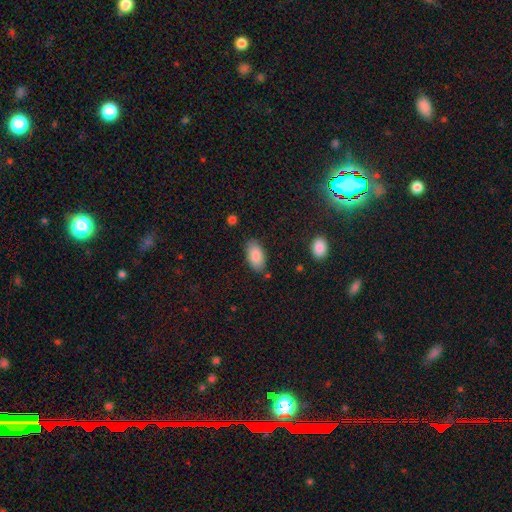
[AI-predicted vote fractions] The model was most divided on "merging": none: 82%, minor disturbance: 13%, major disturbance: 3%, merger: 2%. More confident: how rounded — in between (94%); smooth or featured — smooth (87%).